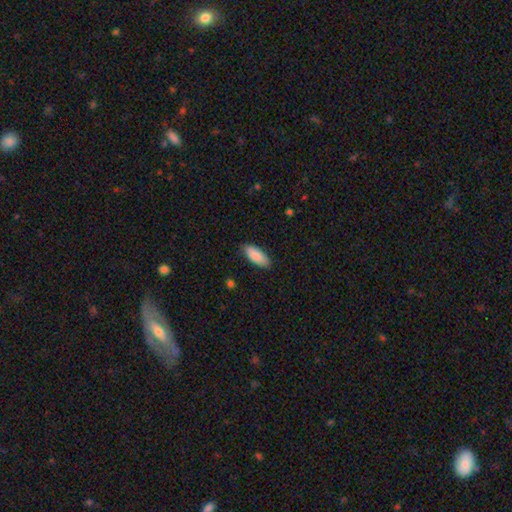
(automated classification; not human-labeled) Q: Smooth or featured?
A: smooth (87%); runner-up: featured or disk (7%)
Q: How rounded?
A: in between (80%); runner-up: cigar-shaped (18%)
Q: Merging?
A: none (83%); runner-up: minor disturbance (13%)